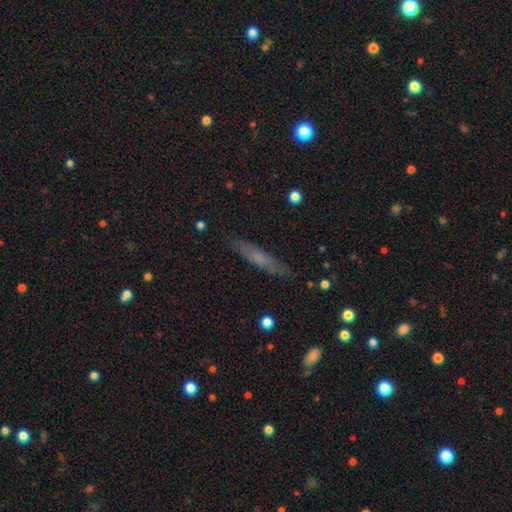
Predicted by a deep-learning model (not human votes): Smooth or featured?
  - smooth: 56% *
  - featured or disk: 35%
  - star or artifact: 9%
How rounded?
  - cigar-shaped: 87% *
  - in between: 11%
  - round: 2%
Merging?
  - none: 85% *
  - minor disturbance: 11%
  - major disturbance: 3%
  - merger: 1%